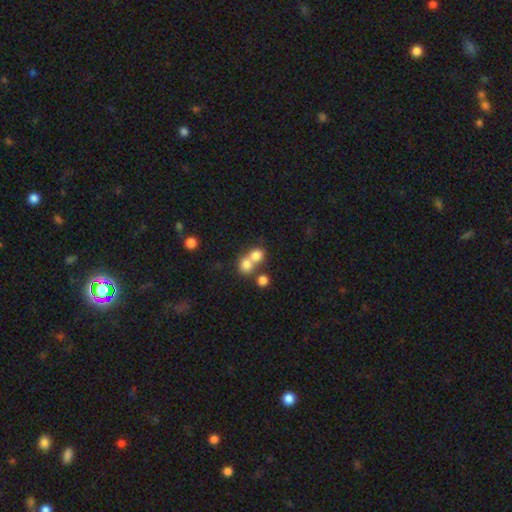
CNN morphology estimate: smooth_or_featured: smooth (p=0.75) [alt: star or artifact p=0.13]
how_rounded: round (p=0.77) [alt: in between p=0.22]
merging: merger (p=0.57) [alt: none p=0.35]